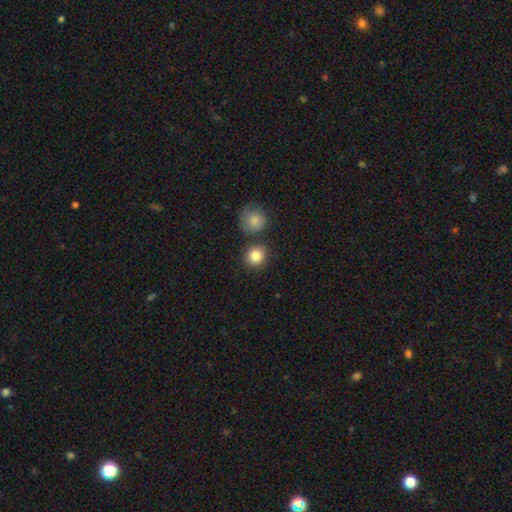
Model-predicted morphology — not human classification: smooth-or-featured: smooth: 84% | star or artifact: 10% | featured or disk: 6%
  how-rounded: round: 90% | in between: 9% | cigar-shaped: 1%
  merging: none: 79% | merger: 10% | minor disturbance: 8% | major disturbance: 3%